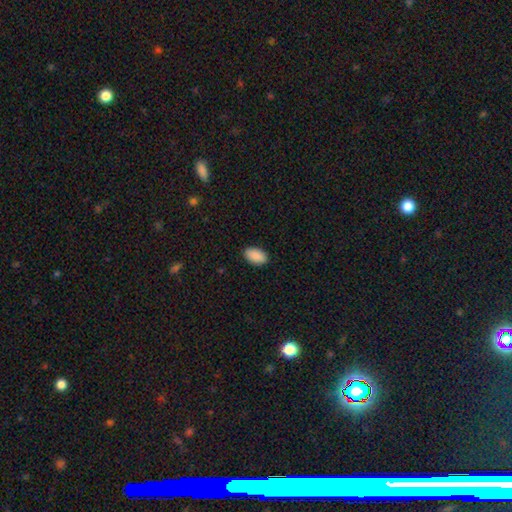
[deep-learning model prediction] Morphology: type=smooth (91%); roundness=in between (95%); merging=none (90%).